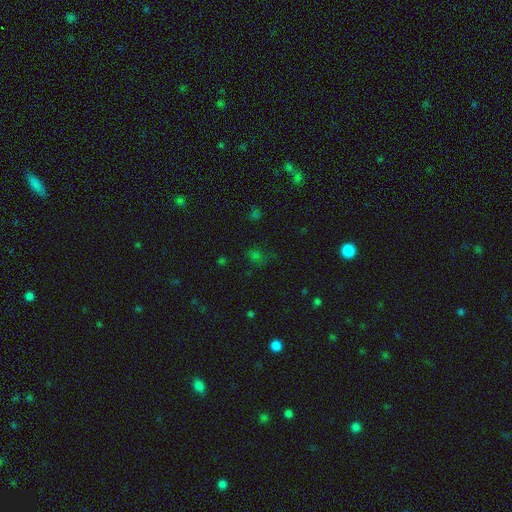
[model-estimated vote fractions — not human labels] smooth_or_featured: smooth (p=0.51) [alt: star or artifact p=0.41]
how_rounded: round (p=0.67) [alt: in between p=0.31]
merging: none (p=0.68) [alt: minor disturbance p=0.17]